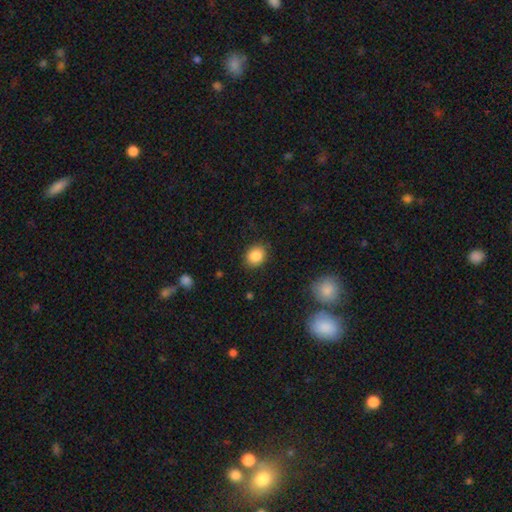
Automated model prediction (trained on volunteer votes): smooth 86%, star or artifact 9%, featured or disk 5%. Down the decision tree: how rounded — round (51%); merging — none (85%).